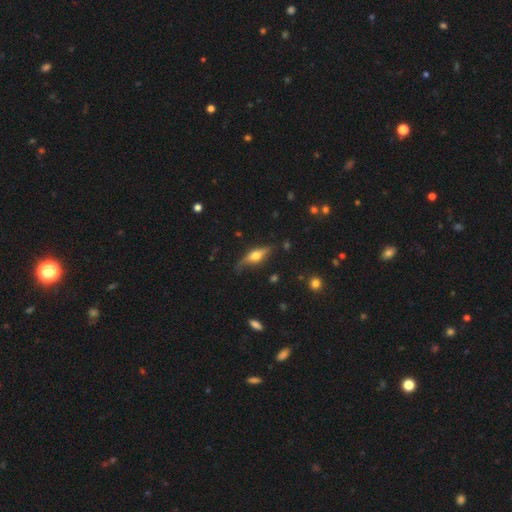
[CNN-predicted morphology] Smooth or featured?
  - featured or disk: 62% *
  - smooth: 32%
  - star or artifact: 7%
Edge-on disk?
  - yes: 89% *
  - no: 11%
Edge-on bulge?
  - rounded: 93% *
  - boxy: 4%
  - none: 2%
Merging?
  - none: 69% *
  - minor disturbance: 23%
  - major disturbance: 7%
  - merger: 2%